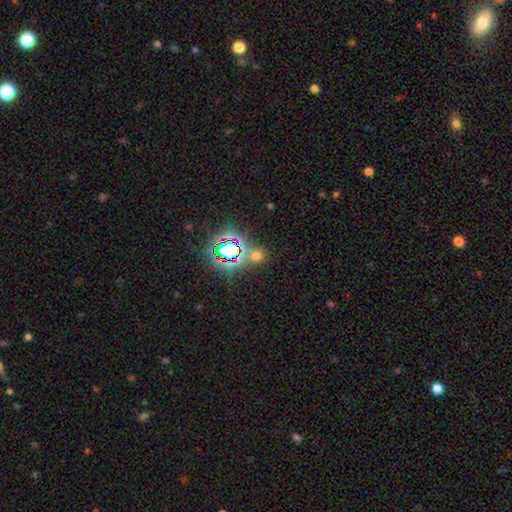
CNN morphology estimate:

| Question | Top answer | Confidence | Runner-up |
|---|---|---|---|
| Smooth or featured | smooth | 48% | star or artifact (45%) |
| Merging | none | 75% | merger (13%) |